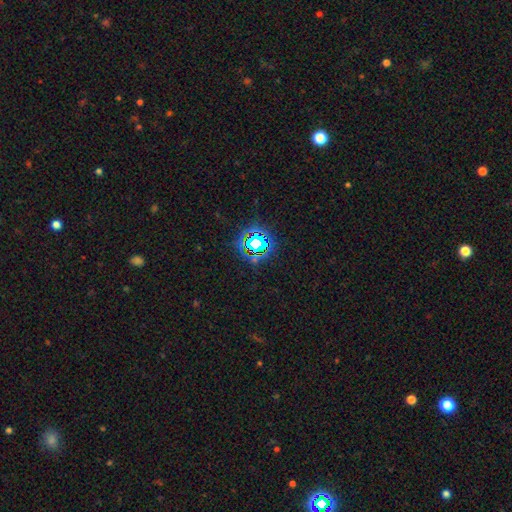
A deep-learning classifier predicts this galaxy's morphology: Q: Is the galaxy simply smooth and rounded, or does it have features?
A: star or artifact — 76%.